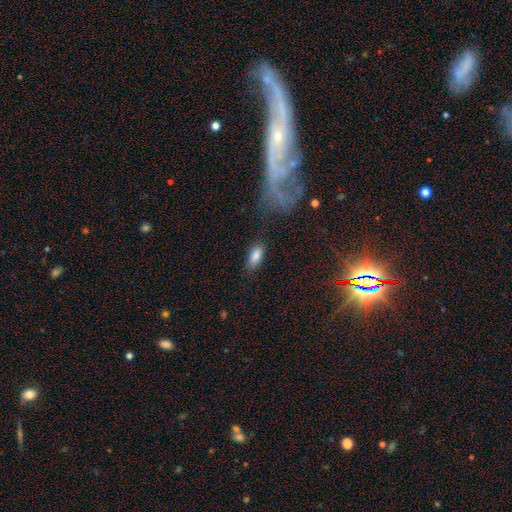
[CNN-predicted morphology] Smooth or featured?
  - smooth: 85% *
  - star or artifact: 8%
  - featured or disk: 8%
How rounded?
  - in between: 88% *
  - cigar-shaped: 9%
  - round: 3%
Merging?
  - none: 80% *
  - minor disturbance: 14%
  - major disturbance: 4%
  - merger: 2%